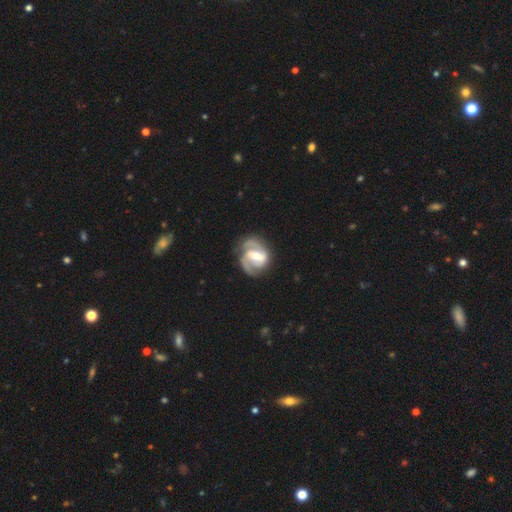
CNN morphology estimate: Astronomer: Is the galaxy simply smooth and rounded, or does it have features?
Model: featured or disk — 86%.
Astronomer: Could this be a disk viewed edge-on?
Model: no — 98%.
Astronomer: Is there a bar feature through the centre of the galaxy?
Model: strong — 43% (runner-up: weak, 41%).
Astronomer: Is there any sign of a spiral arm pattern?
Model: yes — 95%.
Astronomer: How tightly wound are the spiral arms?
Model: medium — 48% (runner-up: tight, 38%).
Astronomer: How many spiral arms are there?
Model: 2 — 76%.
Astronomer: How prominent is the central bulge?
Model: moderate — 63%.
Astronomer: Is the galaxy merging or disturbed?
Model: none — 70%.